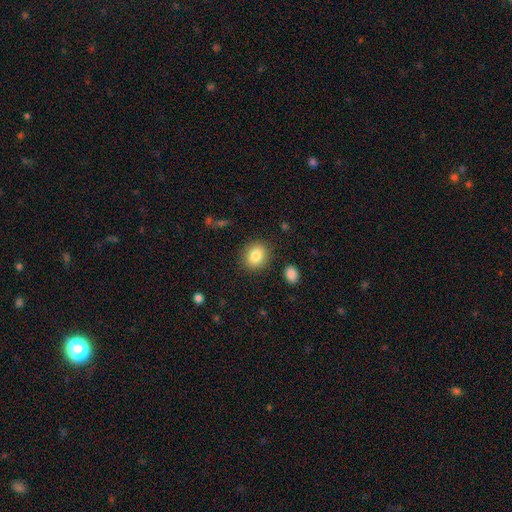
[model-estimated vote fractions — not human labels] Smooth or featured? smooth (84%)
How rounded? round (62%)
Merging? none (87%)